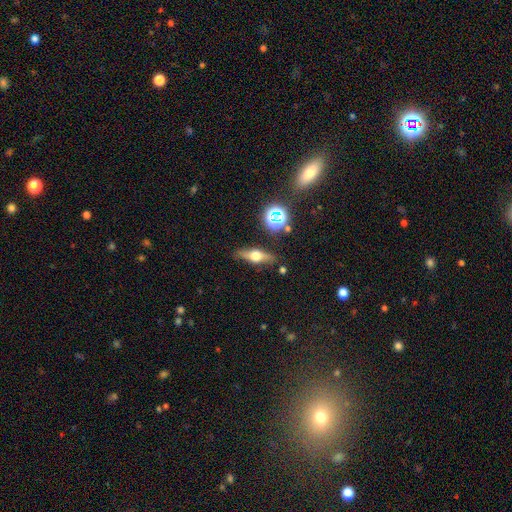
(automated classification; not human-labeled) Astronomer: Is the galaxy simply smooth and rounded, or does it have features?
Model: featured or disk — 59%.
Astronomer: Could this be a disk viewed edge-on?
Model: yes — 90%.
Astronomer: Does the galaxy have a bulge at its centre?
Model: rounded — 94%.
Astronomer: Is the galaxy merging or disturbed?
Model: none — 83%.